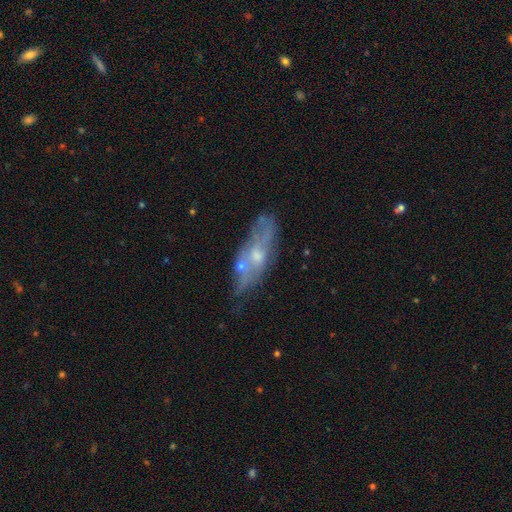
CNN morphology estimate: Overall: featured or disk (60%; smooth 30%). Edge-on disk: no (71%). Merging: none (53%; minor disturbance 24%).